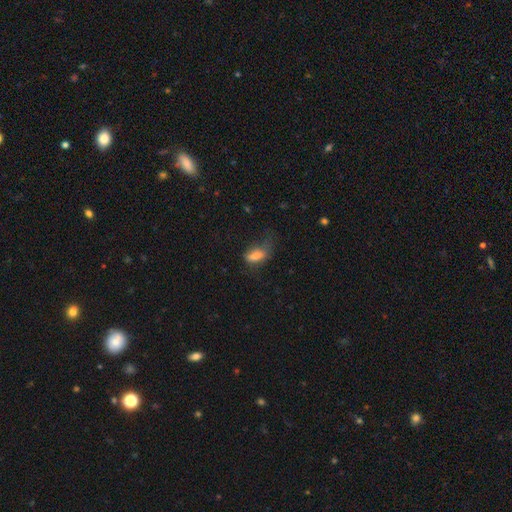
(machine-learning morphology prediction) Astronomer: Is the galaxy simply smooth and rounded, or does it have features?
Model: smooth — 76%.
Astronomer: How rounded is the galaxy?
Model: in between — 82%.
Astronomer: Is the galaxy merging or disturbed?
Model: major disturbance — 35% (runner-up: minor disturbance, 31%).